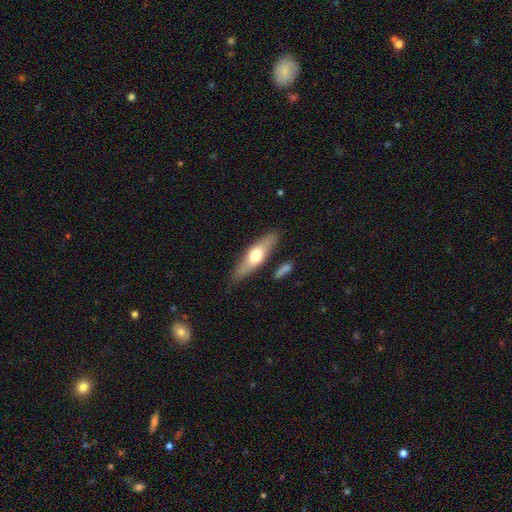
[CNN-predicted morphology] This appears to be a smooth galaxy with no disk features (52%) that is cigar-shaped (59%). Merging: none (81%).